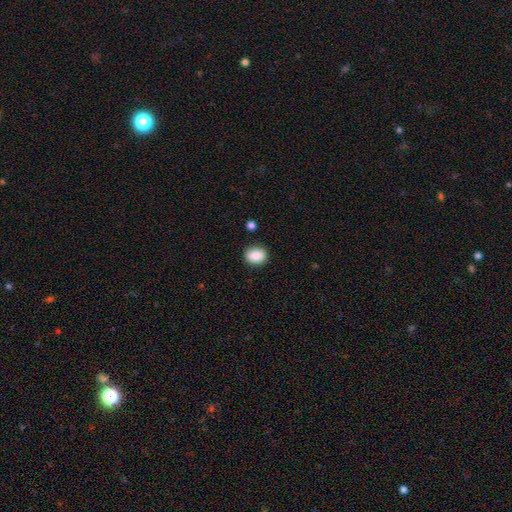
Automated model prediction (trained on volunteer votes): The model was most divided on "how rounded": in between: 57%, round: 42%, cigar-shaped: 1%. More confident: smooth or featured — smooth (87%); merging — none (86%).